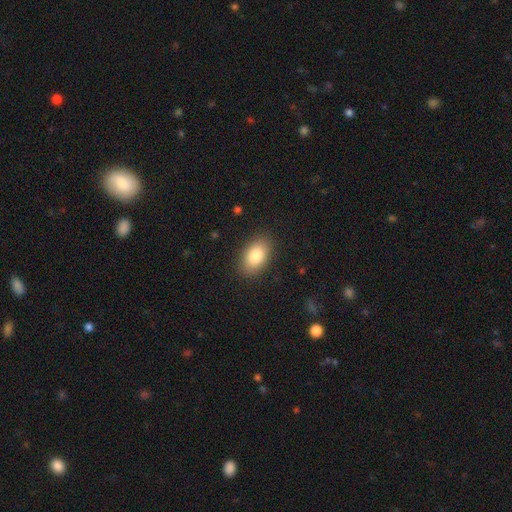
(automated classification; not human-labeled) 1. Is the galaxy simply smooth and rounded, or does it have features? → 84% smooth, 9% featured or disk, 7% star or artifact.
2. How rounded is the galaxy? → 91% in between, 8% round, 2% cigar-shaped.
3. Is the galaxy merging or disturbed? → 86% none, 10% minor disturbance, 3% major disturbance, 1% merger.